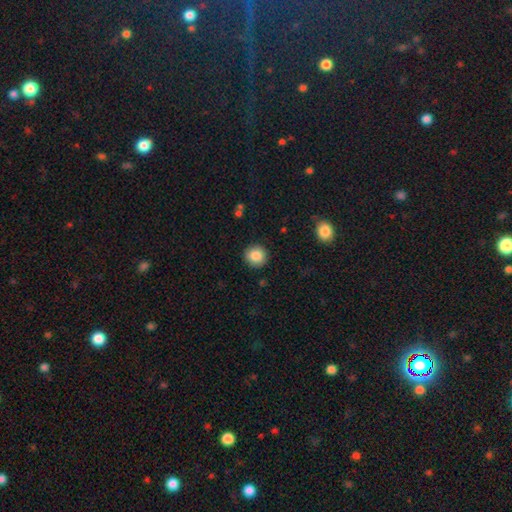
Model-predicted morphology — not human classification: This appears to be a smooth galaxy with no disk features (86%) that is round (93%). Merging: none (91%).